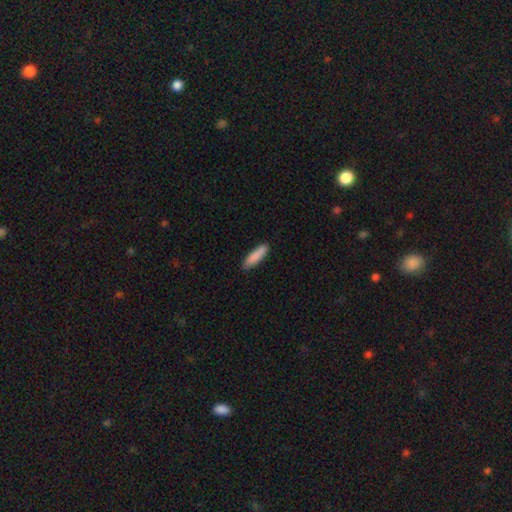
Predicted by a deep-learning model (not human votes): The model was most divided on "how rounded": cigar-shaped: 65%, in between: 34%, round: 1%. More confident: smooth or featured — smooth (88%); merging — none (86%).